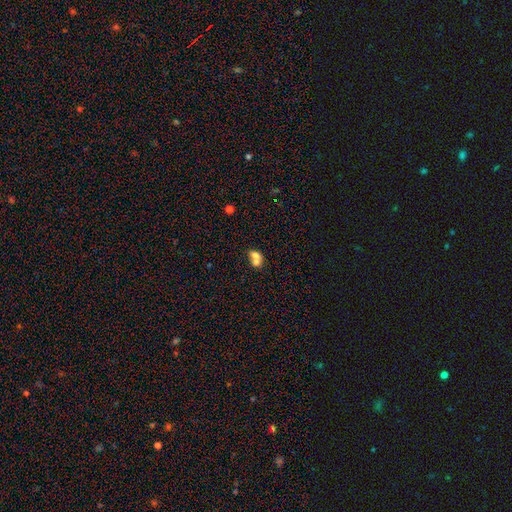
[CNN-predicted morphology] A smooth galaxy with no disk features (67%) that is in between round and cigar-shaped (56%).

Vote fractions:
- Smooth or featured? smooth: 67% / featured or disk: 22% / star or artifact: 11%
- How rounded? in between: 56% / round: 42% / cigar-shaped: 2%
- Merging? merger: 69% / none: 21% / minor disturbance: 6% / major disturbance: 4%